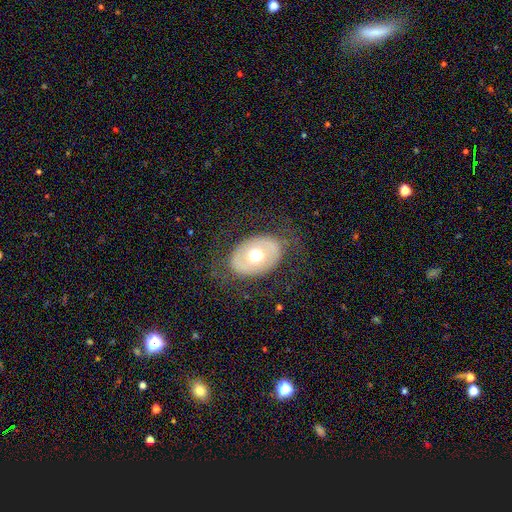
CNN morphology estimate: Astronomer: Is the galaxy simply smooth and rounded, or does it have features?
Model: smooth — 50% (runner-up: featured or disk, 43%).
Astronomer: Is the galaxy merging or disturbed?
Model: none — 76%.